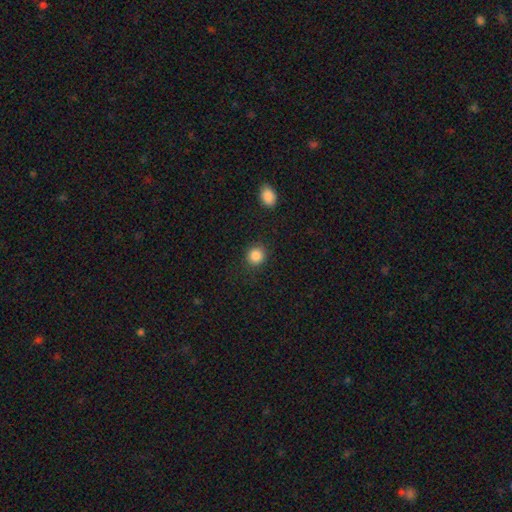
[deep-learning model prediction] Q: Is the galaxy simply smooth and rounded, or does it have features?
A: smooth — 86%.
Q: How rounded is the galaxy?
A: round — 87%.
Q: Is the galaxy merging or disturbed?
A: none — 88%.